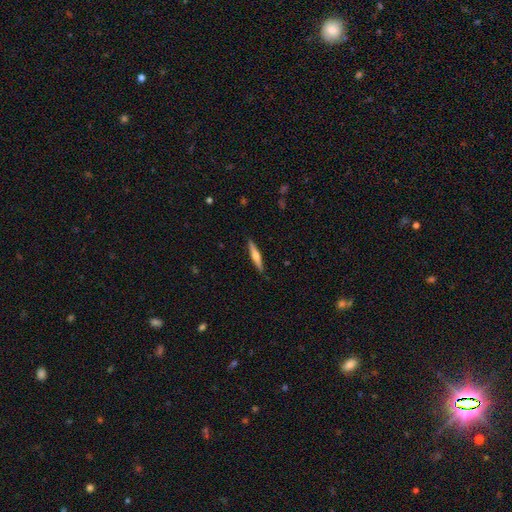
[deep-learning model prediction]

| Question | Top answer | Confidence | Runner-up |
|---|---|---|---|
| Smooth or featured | featured or disk | 56% | smooth (38%) |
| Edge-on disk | yes | 97% | no (3%) |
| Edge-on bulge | rounded | 88% | none (7%) |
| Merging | none | 90% | minor disturbance (7%) |